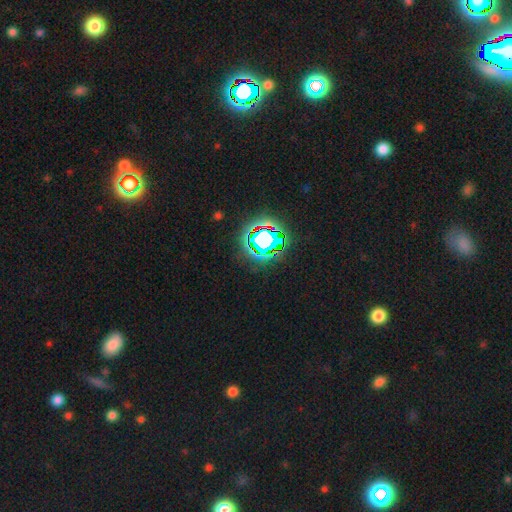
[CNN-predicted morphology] star or artifact 79%, smooth 14%, featured or disk 7%.